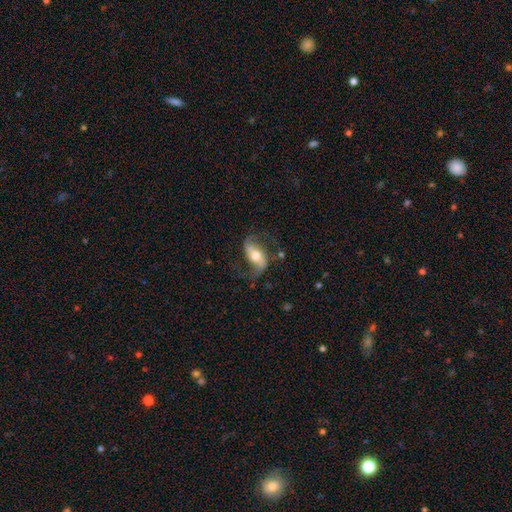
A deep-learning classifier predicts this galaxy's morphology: smooth_or_featured: featured or disk (p=0.80) [alt: smooth p=0.14]
disk_edge_on: no (p=0.94) [alt: yes p=0.06]
bar: weak (p=0.36) [alt: strong p=0.35]
has_spiral_arms: yes (p=0.93) [alt: no p=0.07]
spiral_winding: loose (p=0.68) [alt: medium p=0.25]
spiral_arm_count: 2 (p=0.92) [alt: can't tell p=0.03]
bulge_size: moderate (p=0.65) [alt: small p=0.20]
merging: none (p=0.68) [alt: minor disturbance p=0.17]